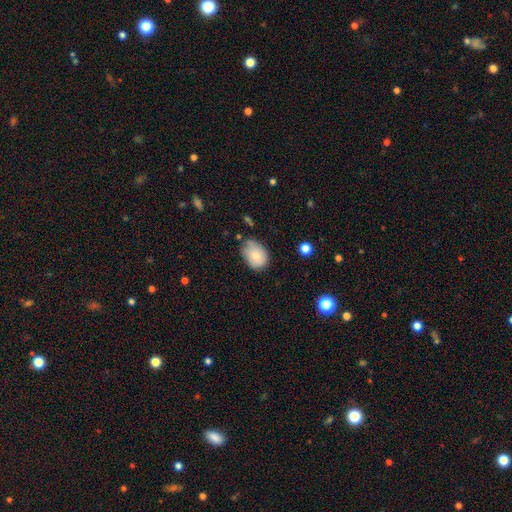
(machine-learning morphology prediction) This is likely a smooth galaxy (79%). How rounded: likely in between (65%). Merging: possibly none (57%).